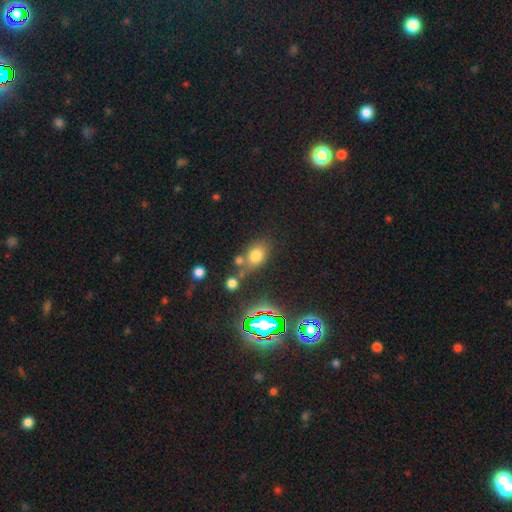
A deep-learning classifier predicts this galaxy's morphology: Smooth or featured? smooth (67%)
How rounded? in between (68%)
Merging? none (61%)